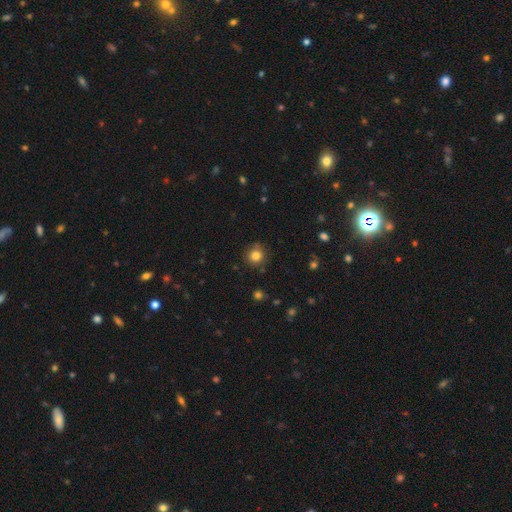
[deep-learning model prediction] smooth-or-featured: smooth: 82% | star or artifact: 12% | featured or disk: 6%
  how-rounded: round: 92% | in between: 7% | cigar-shaped: 1%
  merging: none: 83% | minor disturbance: 12% | major disturbance: 3% | merger: 3%